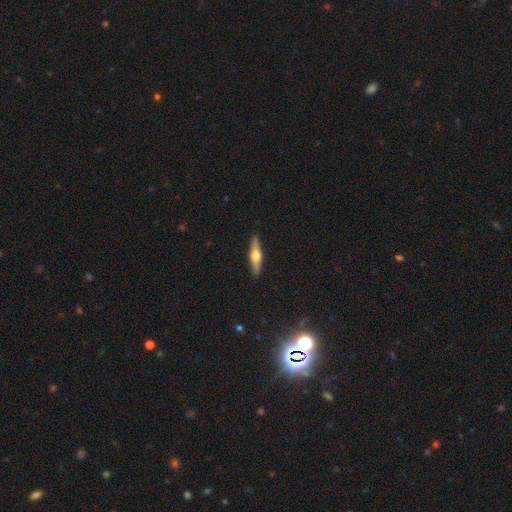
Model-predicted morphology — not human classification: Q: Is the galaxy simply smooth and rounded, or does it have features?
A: featured or disk — 58%.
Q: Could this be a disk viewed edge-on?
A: yes — 95%.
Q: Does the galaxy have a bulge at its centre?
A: rounded — 94%.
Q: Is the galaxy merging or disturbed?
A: none — 90%.